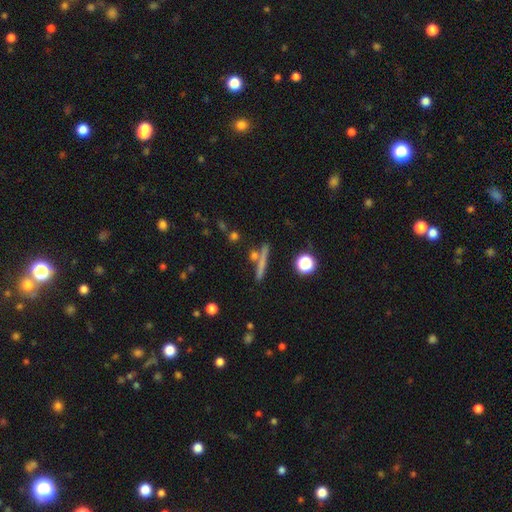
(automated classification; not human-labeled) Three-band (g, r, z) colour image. It shows a smooth galaxy with no disk features (52%) that is cigar-shaped (80%). Merging: none (77%).